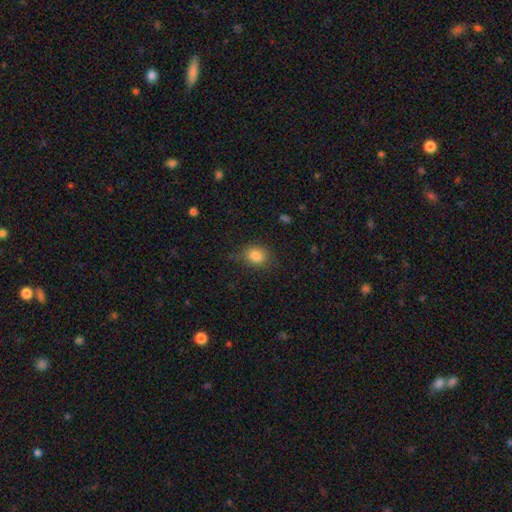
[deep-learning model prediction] Smooth or featured? Predicted: smooth (p=0.83). How rounded? Predicted: round (p=0.55). Merging? Predicted: none (p=0.77).